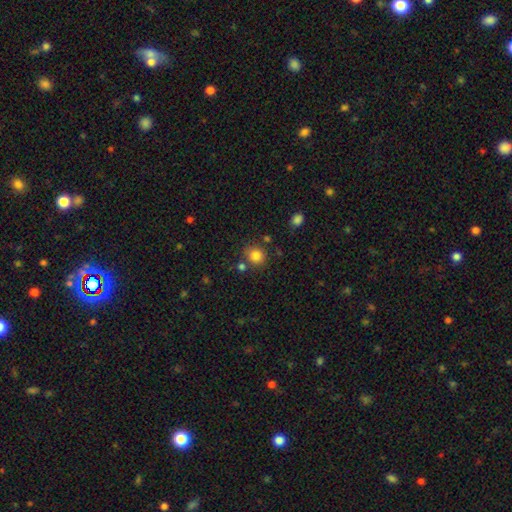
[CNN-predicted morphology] type=smooth (83%); roundness=round (86%); merging=none (77%).